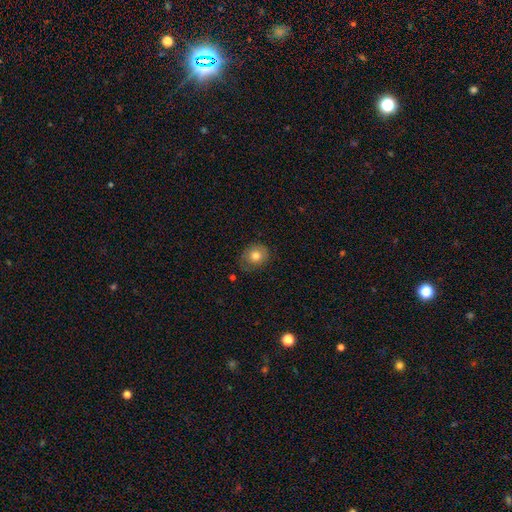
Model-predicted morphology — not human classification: Smooth or featured? Predicted: smooth (p=0.77). How rounded? Predicted: round (p=0.69). Merging? Predicted: none (p=0.74).